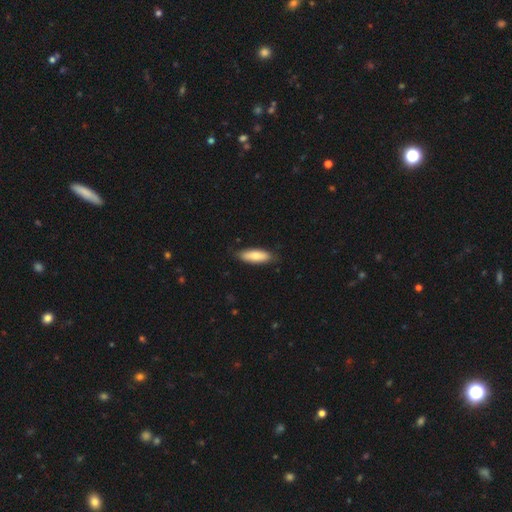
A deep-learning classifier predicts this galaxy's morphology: smooth 79%, featured or disk 15%, star or artifact 6%. Down the decision tree: how rounded — in between (62%); merging — none (82%).